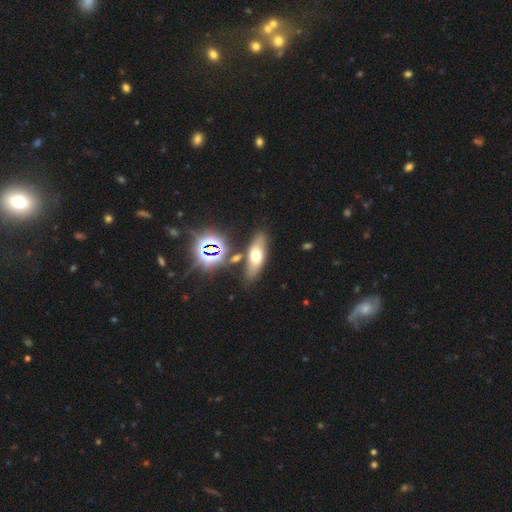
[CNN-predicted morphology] A smooth galaxy with no disk features (51%) that is in between round and cigar-shaped (62%). Merging: none (77%).